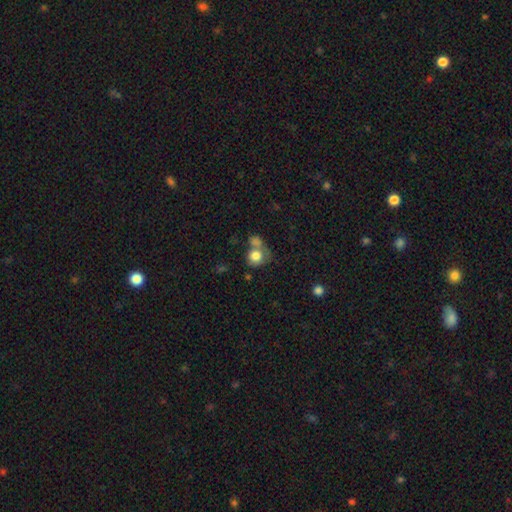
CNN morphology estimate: Smooth or featured: smooth — 80% (featured or disk — 12%)
How rounded: round — 75% (in between — 25%)
Merging: merger — 43% (none — 36%)